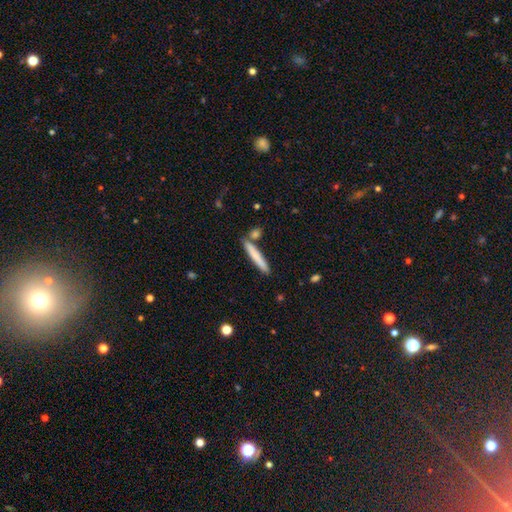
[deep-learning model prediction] smooth-or-featured: smooth: 75% | featured or disk: 20% | star or artifact: 6%
  how-rounded: cigar-shaped: 95% | in between: 4% | round: 1%
  merging: none: 82% | minor disturbance: 9% | merger: 7% | major disturbance: 2%